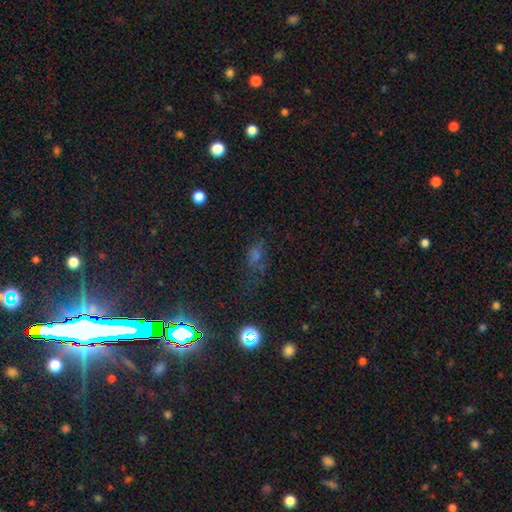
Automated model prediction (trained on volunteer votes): Smooth or featured? Predicted: smooth (p=0.42). Merging? Predicted: none (p=0.53).